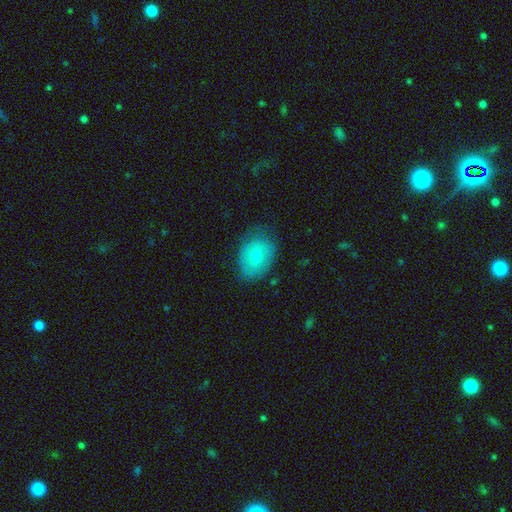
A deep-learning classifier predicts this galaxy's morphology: Q: Smooth or featured?
A: smooth (63%); runner-up: featured or disk (28%)
Q: How rounded?
A: in between (70%); runner-up: round (29%)
Q: Merging?
A: none (69%); runner-up: minor disturbance (23%)